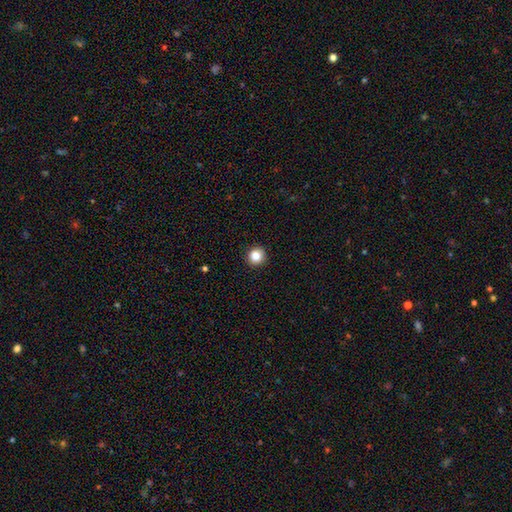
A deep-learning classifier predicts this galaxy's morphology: The model was most divided on "smooth or featured": smooth: 84%, star or artifact: 11%, featured or disk: 4%. More confident: how rounded — round (94%); merging — none (93%).